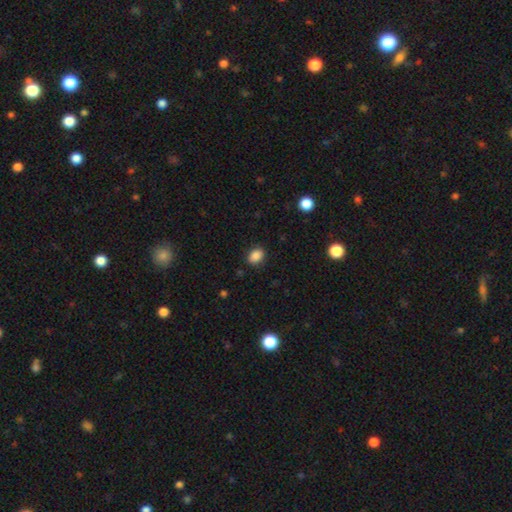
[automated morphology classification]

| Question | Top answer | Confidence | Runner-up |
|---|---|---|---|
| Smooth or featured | smooth | 87% | star or artifact (10%) |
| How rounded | in between | 62% | round (37%) |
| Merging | none | 86% | minor disturbance (10%) |